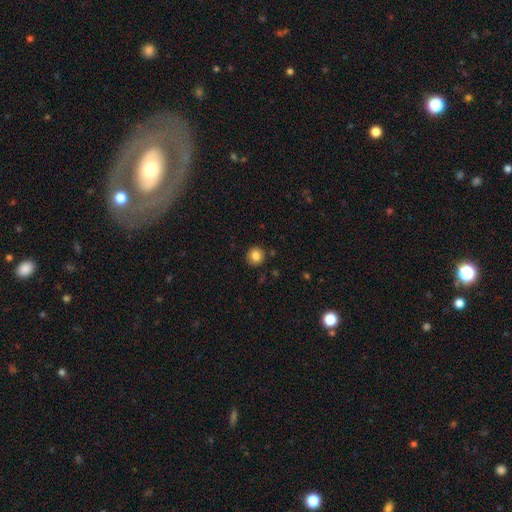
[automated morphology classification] Smooth or featured? Predicted: smooth (p=0.84). How rounded? Predicted: round (p=0.92). Merging? Predicted: none (p=0.90).